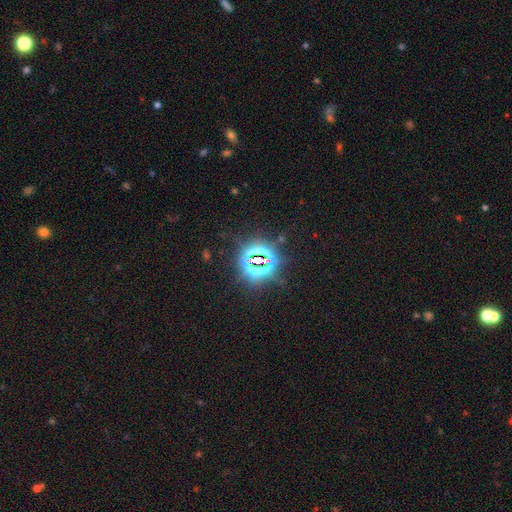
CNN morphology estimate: smooth-or-featured: star or artifact: 83% | smooth: 9% | featured or disk: 7%